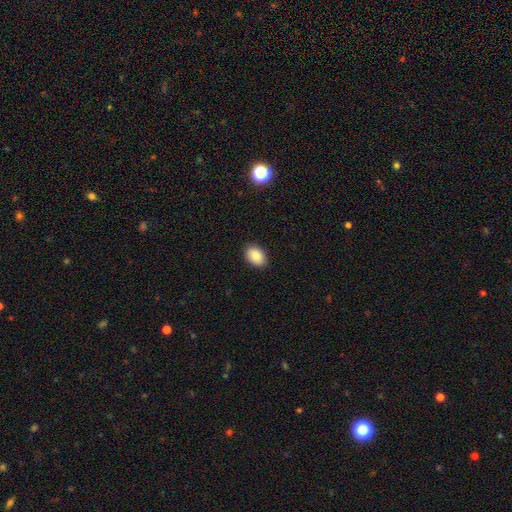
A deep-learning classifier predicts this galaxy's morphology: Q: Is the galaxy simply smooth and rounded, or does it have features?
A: smooth — 87%.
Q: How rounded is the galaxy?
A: in between — 80%.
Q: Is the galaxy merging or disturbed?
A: none — 89%.